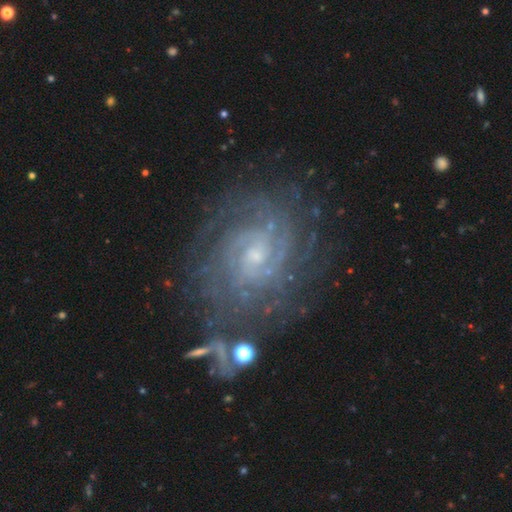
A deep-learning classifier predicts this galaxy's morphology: This is clearly a featured or disk galaxy (86%). It is clearly not viewed edge-on (98%). Bar: possibly no (53%). Spiral arm pattern: clearly yes (97%). Spiral arm count: marginally can't tell (32%). Spiral winding: likely tight (72%). Central bulge: likely small (70%). Merging: likely none (73%).